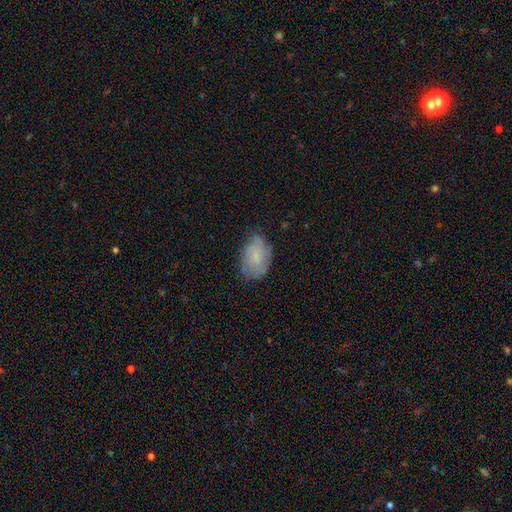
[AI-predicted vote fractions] Smooth or featured? smooth (58%)
How rounded? in between (88%)
Merging? none (66%)